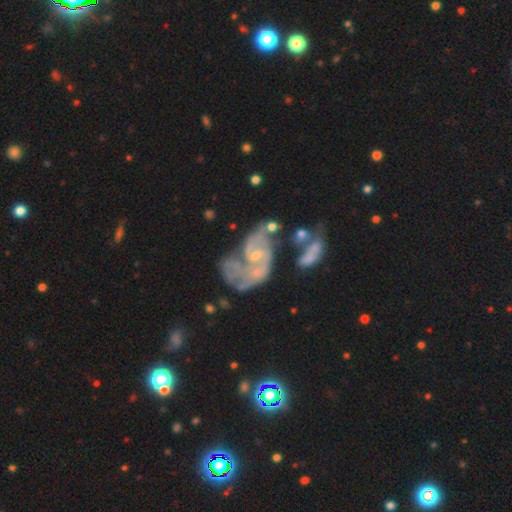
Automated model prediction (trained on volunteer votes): Overall: featured or disk (82%). Edge-on disk: no (97%). Bar: no (58%; weak 34%). Spiral arms: yes (81%). Spiral arm count: 2 (53%; can't tell 24%). Spiral winding: medium (43%; loose 32%). Bulge size: small (66%). Merging: merger (32%; major disturbance 30%).